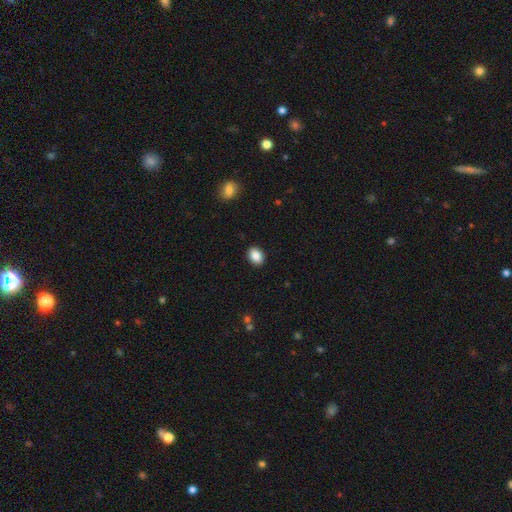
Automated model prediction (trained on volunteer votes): smooth_or_featured: smooth (p=0.87) [alt: star or artifact p=0.08]
how_rounded: in between (p=0.71) [alt: round p=0.28]
merging: none (p=0.90) [alt: minor disturbance p=0.07]